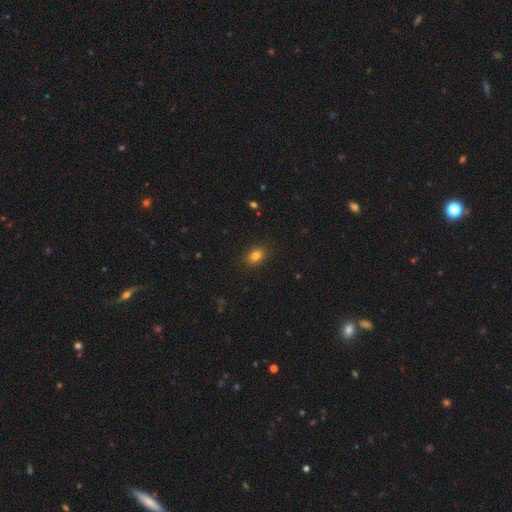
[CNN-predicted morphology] smooth_or_featured: smooth (p=0.81) [alt: star or artifact p=0.12]
how_rounded: in between (p=0.64) [alt: round p=0.35]
merging: none (p=0.88) [alt: minor disturbance p=0.09]